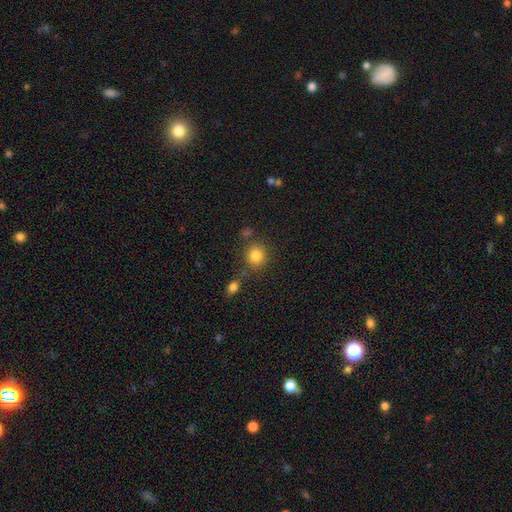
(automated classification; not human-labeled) This appears to be a smooth galaxy with no disk features (83%) that is round (86%). Merging: none (75%).